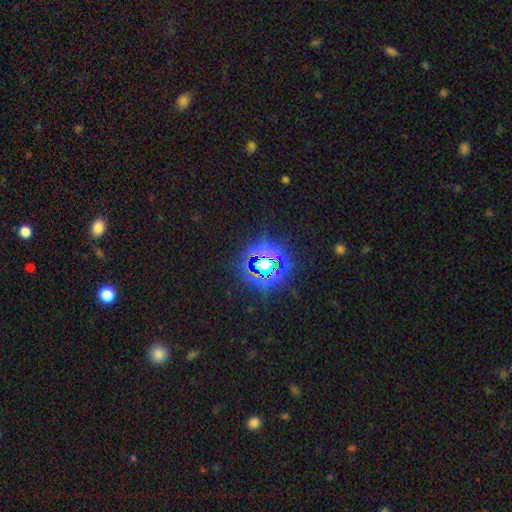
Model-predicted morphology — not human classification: Smooth or featured: star or artifact — 79% (smooth — 14%)